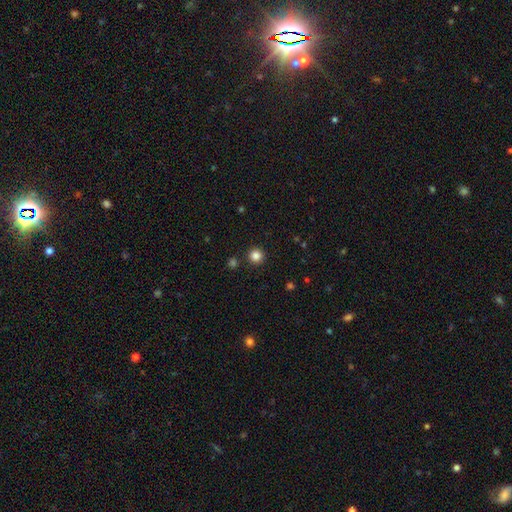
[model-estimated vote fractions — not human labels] The model was most divided on "smooth or featured": smooth: 84%, star or artifact: 12%, featured or disk: 4%. More confident: how rounded — round (95%); merging — none (91%).